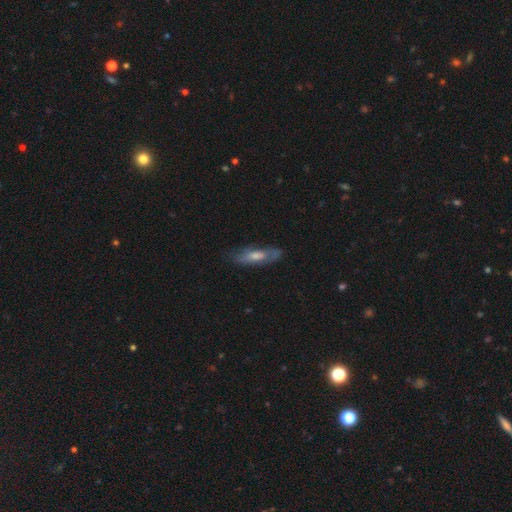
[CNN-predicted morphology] Smooth or featured? featured or disk (49%)
Merging? none (76%)